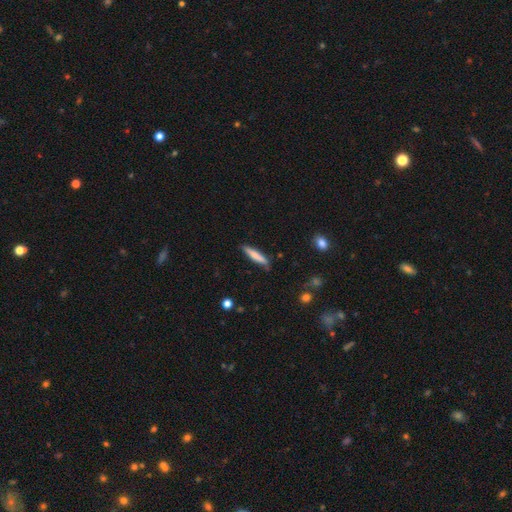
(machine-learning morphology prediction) smooth_or_featured: smooth (p=0.74) [alt: featured or disk p=0.20]
how_rounded: cigar-shaped (p=0.90) [alt: in between p=0.09]
merging: none (p=0.82) [alt: minor disturbance p=0.14]